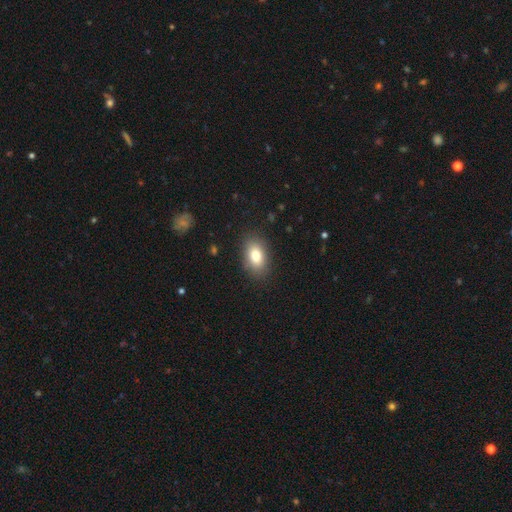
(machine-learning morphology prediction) Smooth or featured?
  - smooth: 79% *
  - featured or disk: 12%
  - star or artifact: 9%
How rounded?
  - in between: 85% *
  - round: 13%
  - cigar-shaped: 2%
Merging?
  - none: 86% *
  - minor disturbance: 10%
  - major disturbance: 3%
  - merger: 1%